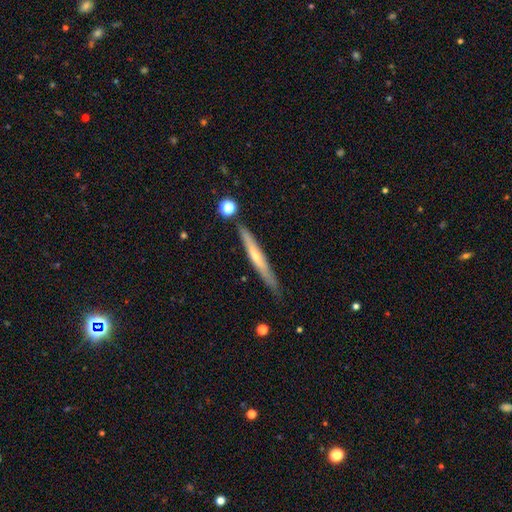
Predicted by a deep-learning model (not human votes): Smooth or featured? Predicted: featured or disk (p=0.58). Edge-on disk? Predicted: yes (p=0.93). Edge-on bulge? Predicted: rounded (p=0.53). Merging? Predicted: none (p=0.84).